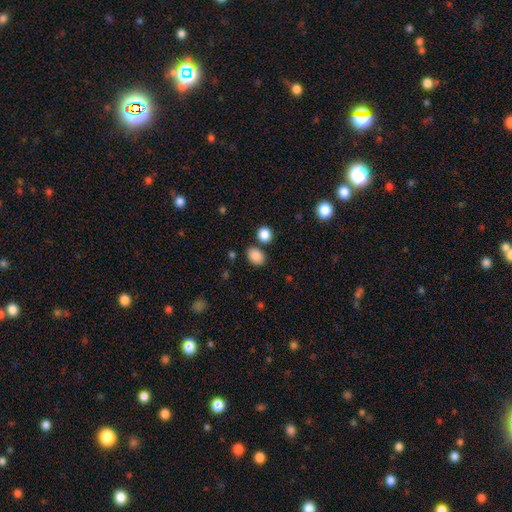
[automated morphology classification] Smooth or featured: smooth — 86% (star or artifact — 9%)
How rounded: in between — 65% (round — 34%)
Merging: none — 76% (minor disturbance — 10%)